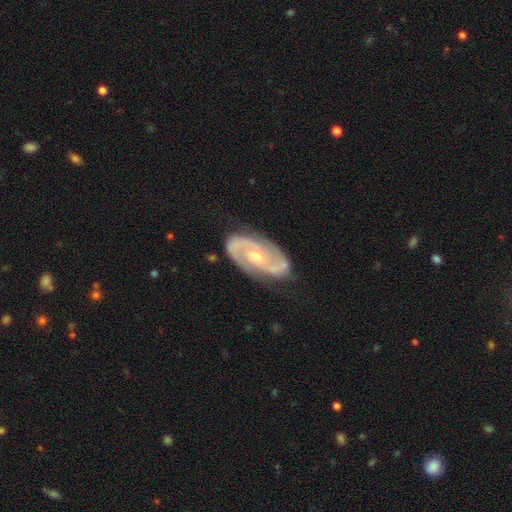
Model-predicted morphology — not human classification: featured or disk 90%, smooth 5%, star or artifact 4%. Down the decision tree: edge-on disk — no (97%); bar — no (44%); spiral arms — yes (97%); spiral arm count — 2 (91%); spiral winding — medium (51%); bulge size — moderate (56%); merging — none (81%).